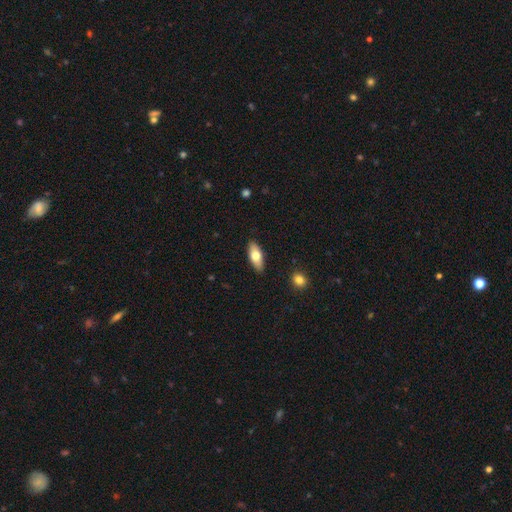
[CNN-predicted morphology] The model was most divided on "smooth or featured": smooth: 70%, featured or disk: 24%, star or artifact: 6%. More confident: merging — none (88%); how rounded — in between (78%).